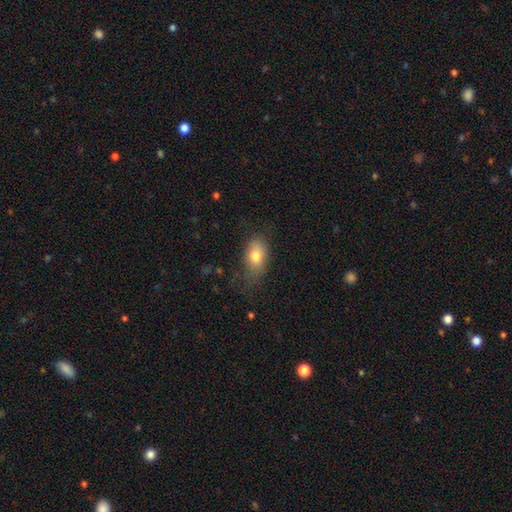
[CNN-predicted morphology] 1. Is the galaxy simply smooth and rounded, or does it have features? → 76% smooth, 14% featured or disk, 9% star or artifact.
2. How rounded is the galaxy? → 84% in between, 13% round, 3% cigar-shaped.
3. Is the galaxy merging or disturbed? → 58% none, 27% minor disturbance, 13% major disturbance, 2% merger.